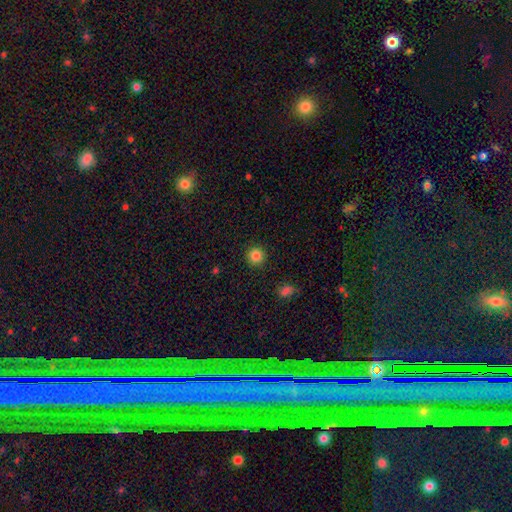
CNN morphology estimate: Smooth or featured: smooth — 84% (star or artifact — 11%)
How rounded: round — 94% (in between — 5%)
Merging: none — 92% (minor disturbance — 5%)